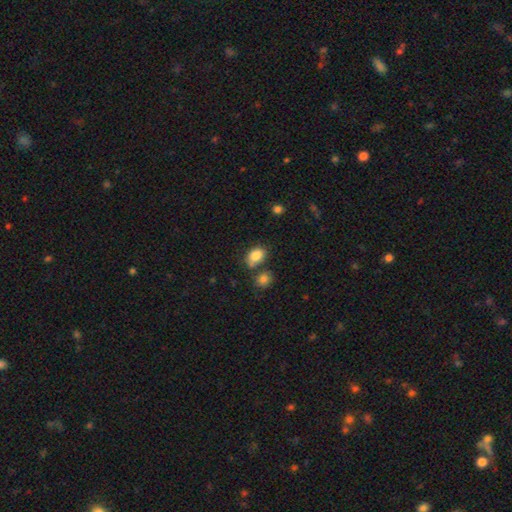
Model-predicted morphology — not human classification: A smooth galaxy with no disk features (84%) that is in between round and cigar-shaped (80%).

Vote fractions:
- Smooth or featured? smooth: 84% / star or artifact: 9% / featured or disk: 7%
- How rounded? in between: 80% / round: 19% / cigar-shaped: 1%
- Merging? none: 59% / merger: 18% / minor disturbance: 18% / major disturbance: 5%